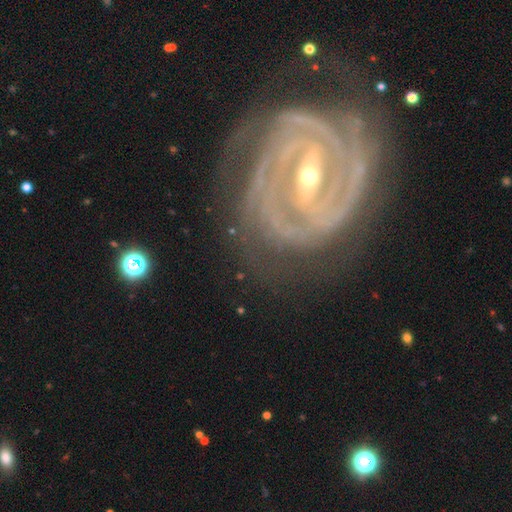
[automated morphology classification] Smooth or featured? featured or disk (91%)
Edge-on disk? no (96%)
Bar? strong (64%)
Spiral arms? yes (98%)
Spiral winding? tight (80%)
Spiral arm count? 2 (26%)
Bulge size? small (63%)
Merging? none (73%)